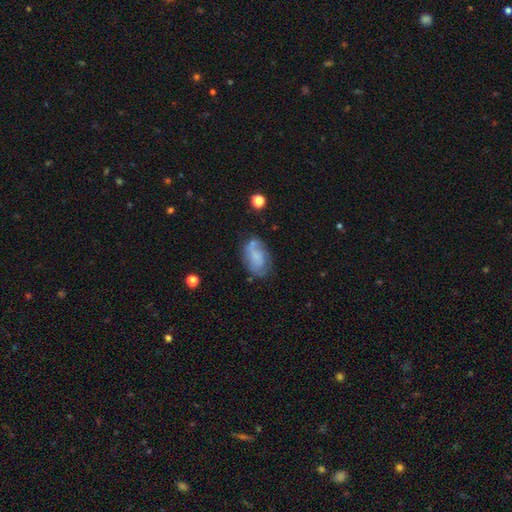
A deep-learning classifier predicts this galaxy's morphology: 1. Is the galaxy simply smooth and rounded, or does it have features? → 49% smooth, 41% featured or disk, 10% star or artifact.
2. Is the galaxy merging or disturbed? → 56% none, 26% minor disturbance, 12% major disturbance, 6% merger.